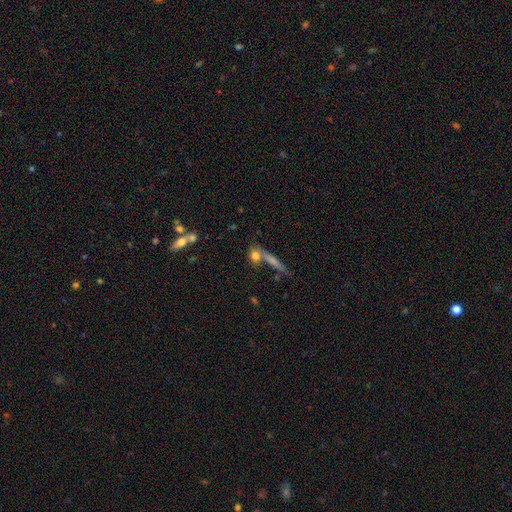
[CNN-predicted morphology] smooth 71%, featured or disk 17%, star or artifact 11%. Down the decision tree: how rounded — round (45%); merging — none (53%).